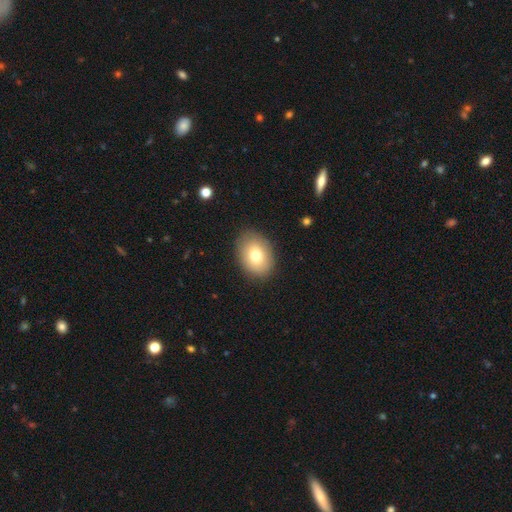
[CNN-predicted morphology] A smooth galaxy with no disk features (77%) that is in between round and cigar-shaped (74%). Merging: none (87%).